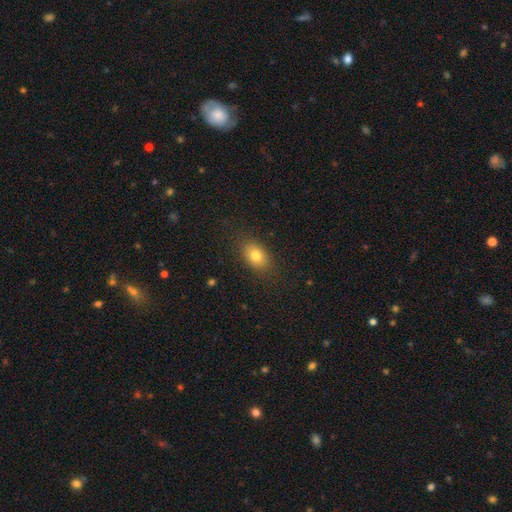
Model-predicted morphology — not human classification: This is likely a smooth galaxy (79%). How rounded: clearly in between (84%). Merging: clearly none (85%).